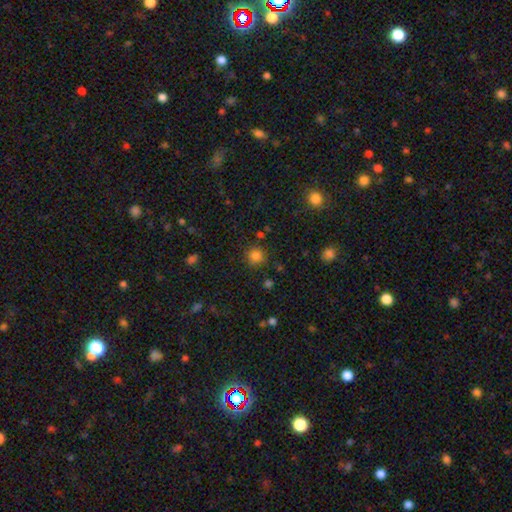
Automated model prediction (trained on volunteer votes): Smooth or featured?
  - smooth: 81% *
  - star or artifact: 14%
  - featured or disk: 5%
How rounded?
  - round: 91% *
  - in between: 8%
  - cigar-shaped: 1%
Merging?
  - none: 84% *
  - minor disturbance: 9%
  - major disturbance: 3%
  - merger: 3%